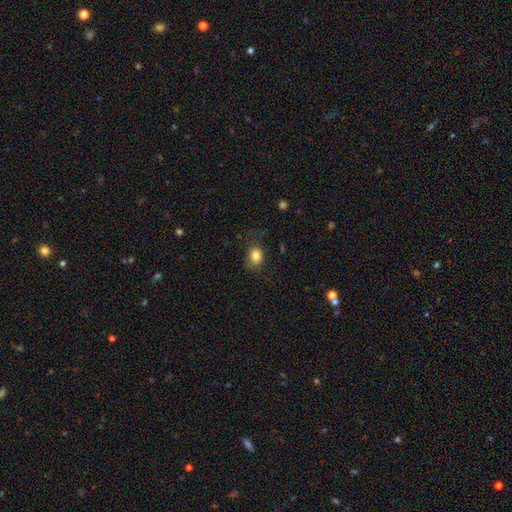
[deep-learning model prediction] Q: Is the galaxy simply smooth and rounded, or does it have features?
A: smooth — 84%.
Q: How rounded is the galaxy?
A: in between — 57%.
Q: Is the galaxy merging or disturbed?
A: none — 69%.